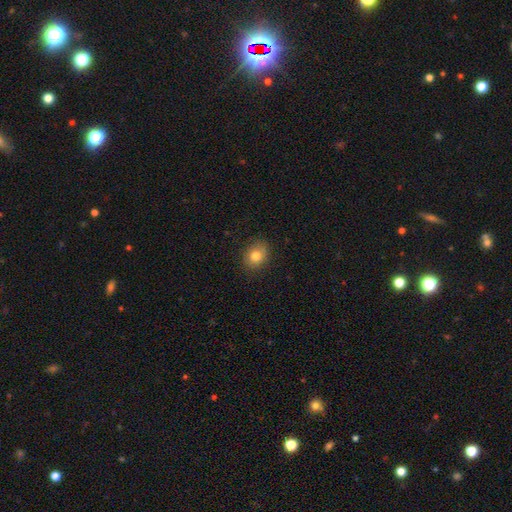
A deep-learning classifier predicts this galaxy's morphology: type=smooth (80%); roundness=round (50%); merging=none (86%).